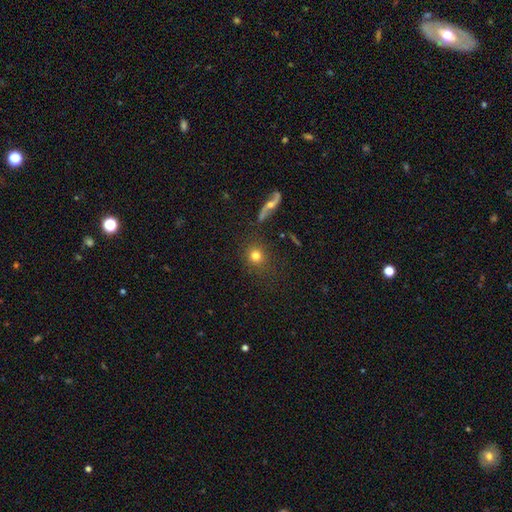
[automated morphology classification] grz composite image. It shows a smooth galaxy with no disk features (77%) that is round (87%). Merging: none (83%).